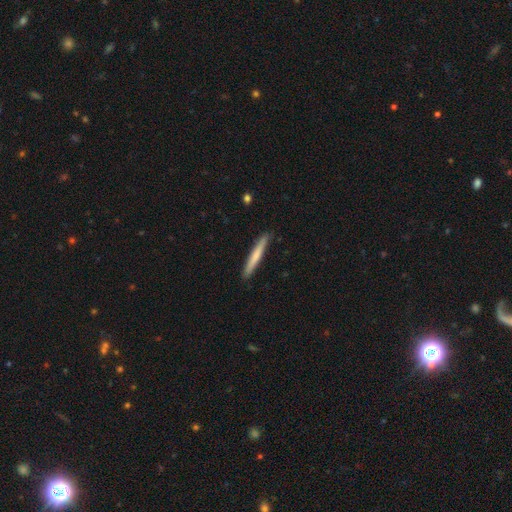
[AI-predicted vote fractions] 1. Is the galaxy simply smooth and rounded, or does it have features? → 65% smooth, 30% featured or disk, 5% star or artifact.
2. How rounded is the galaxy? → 96% cigar-shaped, 2% in between, 1% round.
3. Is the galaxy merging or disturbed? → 91% none, 7% minor disturbance, 1% major disturbance, 1% merger.